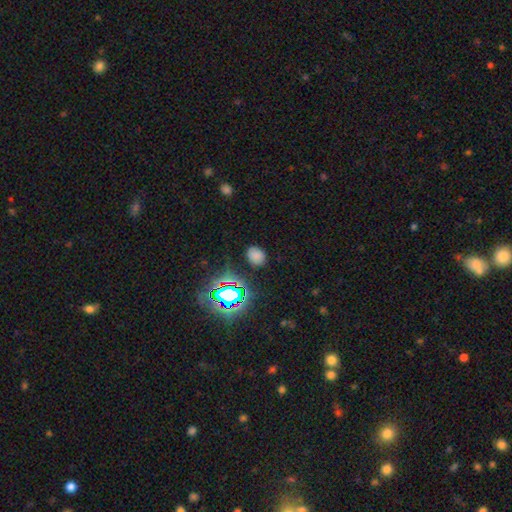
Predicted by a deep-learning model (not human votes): Morphology: type=smooth (70%); roundness=round (50%); merging=none (82%).